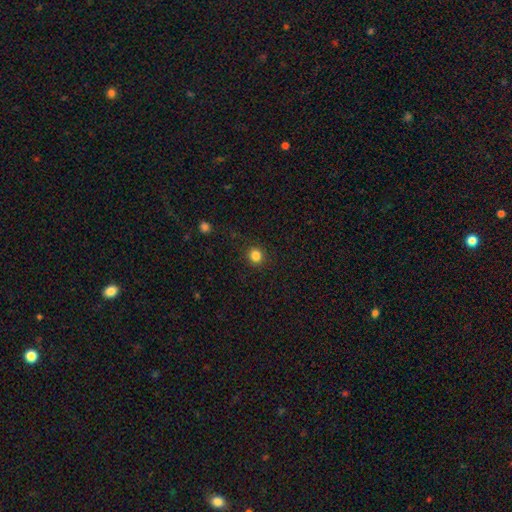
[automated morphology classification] smooth-or-featured: smooth: 84% | star or artifact: 12% | featured or disk: 4%
  how-rounded: round: 88% | in between: 11% | cigar-shaped: 1%
  merging: none: 91% | minor disturbance: 6% | major disturbance: 2% | merger: 1%